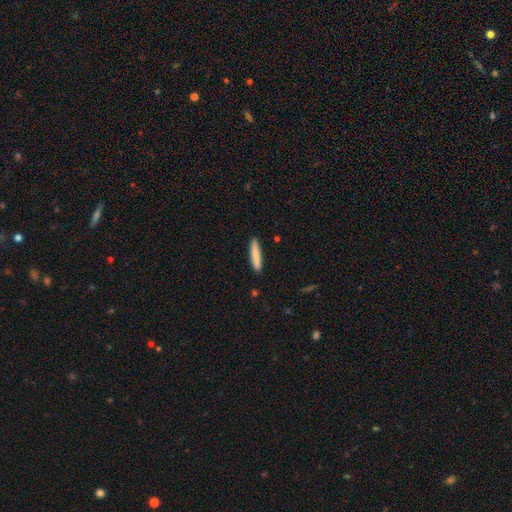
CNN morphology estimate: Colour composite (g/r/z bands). It shows a smooth galaxy with no disk features (83%) that is cigar-shaped (91%). Merging: none (90%).